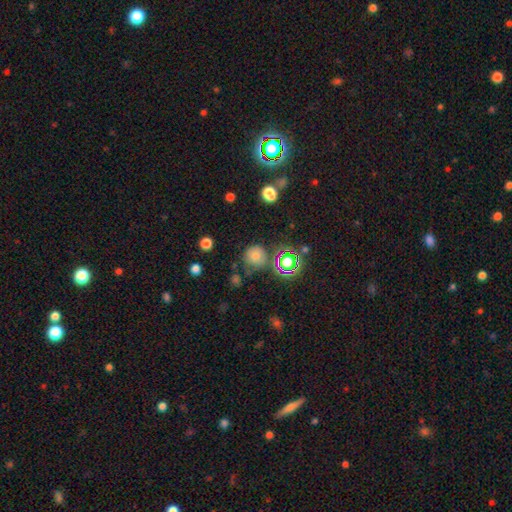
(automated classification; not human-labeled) Overall: smooth (69%). How rounded: round (90%). Merging: none (66%).